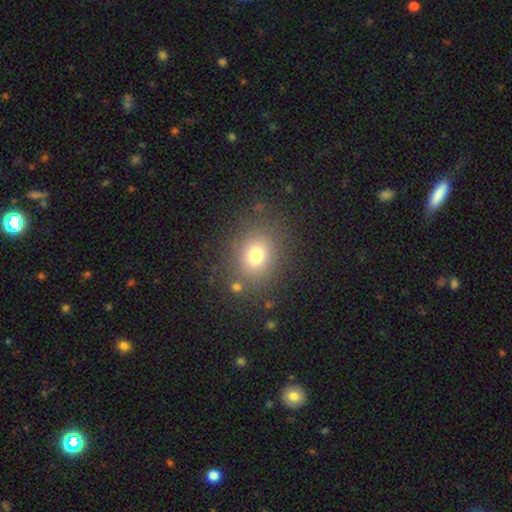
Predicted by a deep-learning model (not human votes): smooth-or-featured: smooth: 74% | star or artifact: 16% | featured or disk: 10%
  how-rounded: round: 67% | in between: 32% | cigar-shaped: 1%
  merging: none: 83% | minor disturbance: 9% | major disturbance: 5% | merger: 3%